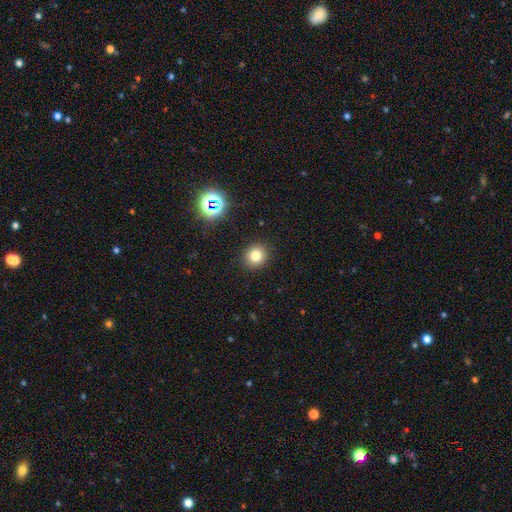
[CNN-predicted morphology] Smooth or featured? smooth (77%)
How rounded? round (83%)
Merging? none (91%)